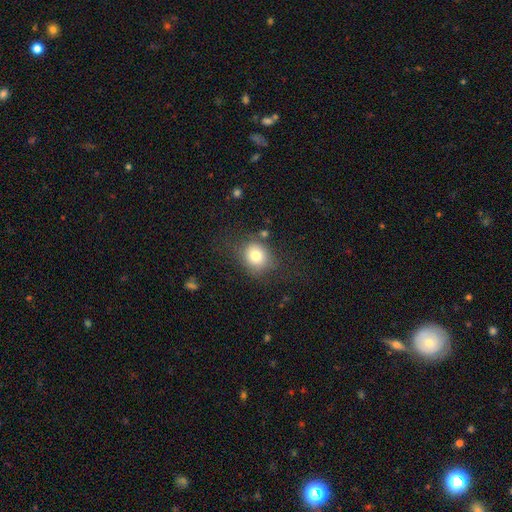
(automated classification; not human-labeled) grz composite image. It shows a smooth galaxy with no disk features (79%) that is round (73%). Merging: none (73%).